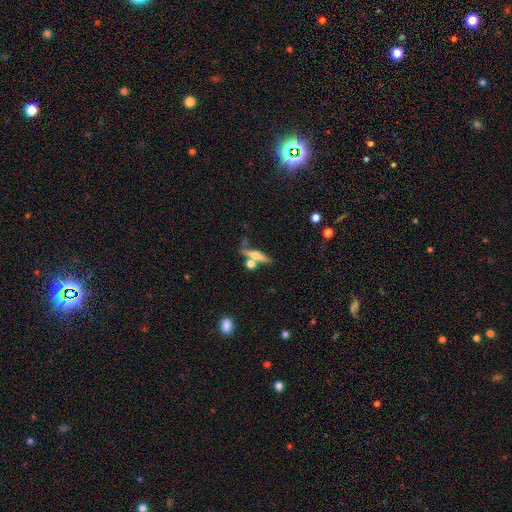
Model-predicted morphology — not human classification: A featured or disk galaxy (56%) viewed edge-on (93%) with a rounded central bulge (85%). Merging: none (63%).